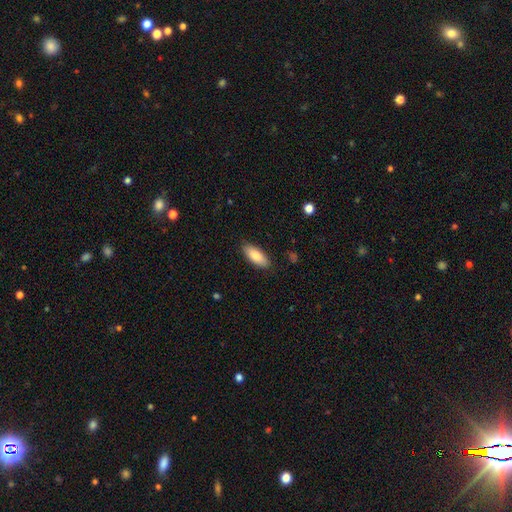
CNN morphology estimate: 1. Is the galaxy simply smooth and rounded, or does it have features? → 85% smooth, 9% featured or disk, 6% star or artifact.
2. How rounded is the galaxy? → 80% in between, 18% cigar-shaped, 2% round.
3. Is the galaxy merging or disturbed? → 87% none, 10% minor disturbance, 2% major disturbance, 1% merger.